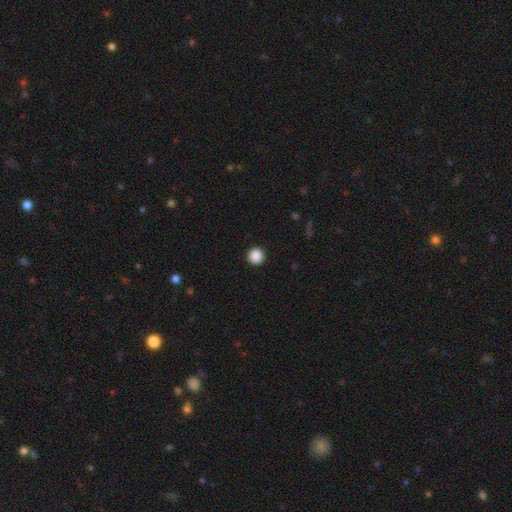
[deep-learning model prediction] A smooth galaxy with no disk features (88%) that is round (96%).

Vote fractions:
- Smooth or featured? smooth: 88% / star or artifact: 9% / featured or disk: 2%
- How rounded? round: 96% / in between: 3% / cigar-shaped: 1%
- Merging? none: 93% / minor disturbance: 4% / major disturbance: 2% / merger: 1%